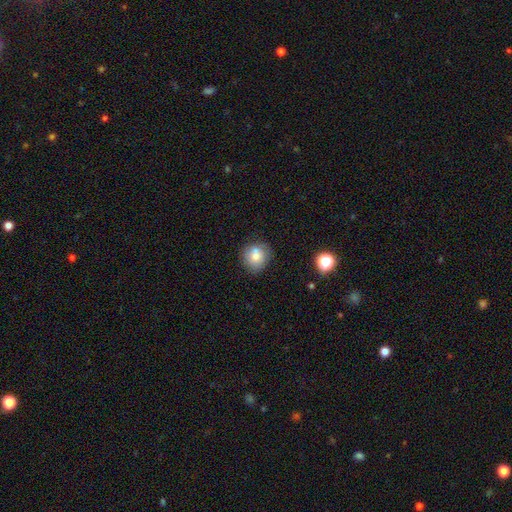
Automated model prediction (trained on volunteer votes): Smooth or featured? Predicted: smooth (p=0.77). How rounded? Predicted: round (p=0.84). Merging? Predicted: none (p=0.68).